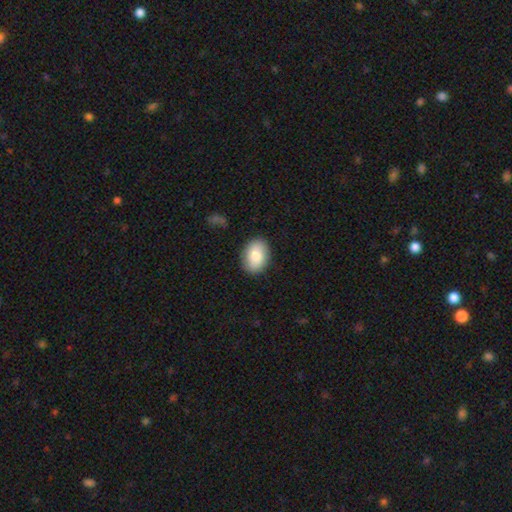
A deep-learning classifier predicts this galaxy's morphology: Smooth or featured: smooth — 81% (featured or disk — 13%)
How rounded: in between — 81% (round — 18%)
Merging: none — 86% (minor disturbance — 10%)